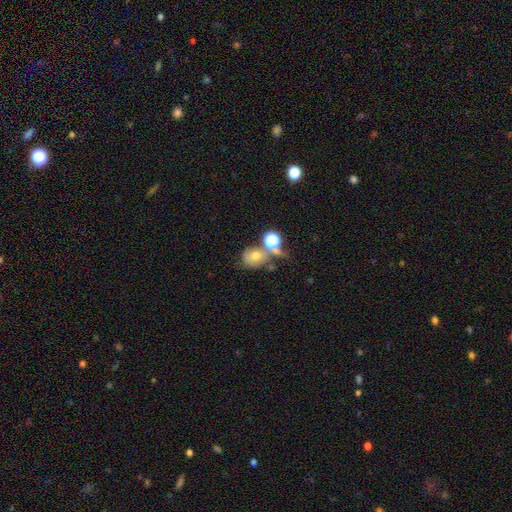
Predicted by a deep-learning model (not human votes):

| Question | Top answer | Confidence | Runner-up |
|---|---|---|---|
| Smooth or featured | smooth | 45% | star or artifact (31%) |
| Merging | none | 50% | merger (29%) |